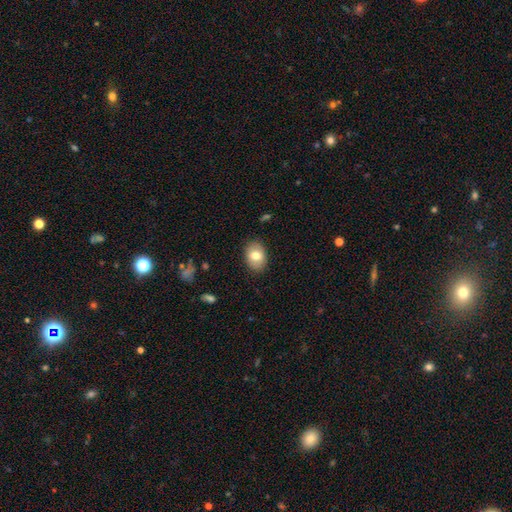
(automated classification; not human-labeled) Morphology: type=smooth (77%); roundness=in between (80%); merging=none (87%).